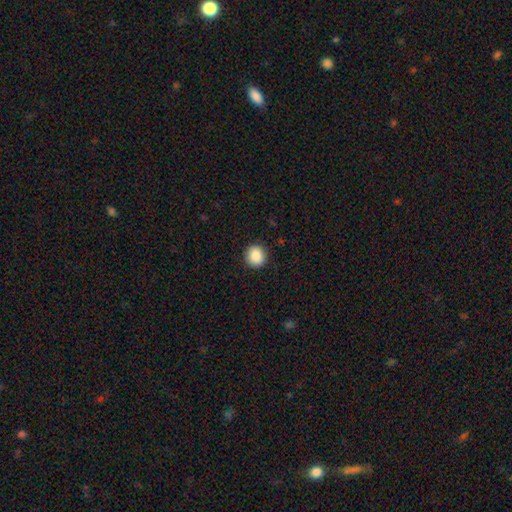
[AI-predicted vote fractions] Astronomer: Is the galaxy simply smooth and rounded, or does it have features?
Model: smooth — 88%.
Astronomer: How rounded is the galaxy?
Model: round — 89%.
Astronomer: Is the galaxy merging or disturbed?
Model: none — 91%.